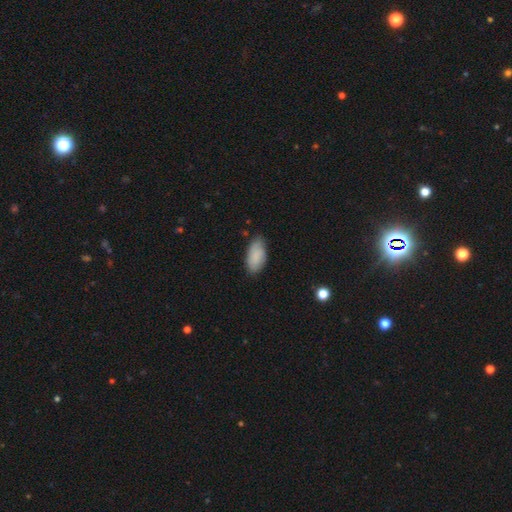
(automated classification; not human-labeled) A smooth galaxy with no disk features (84%) that is in between round and cigar-shaped (93%). Merging: none (73%).